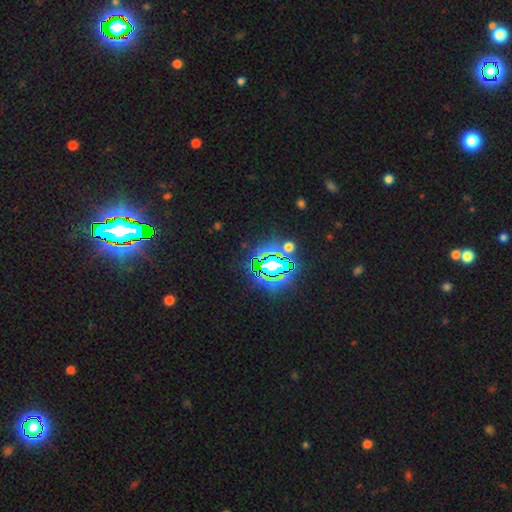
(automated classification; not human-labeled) A star or artifact, not a galaxy (82%).